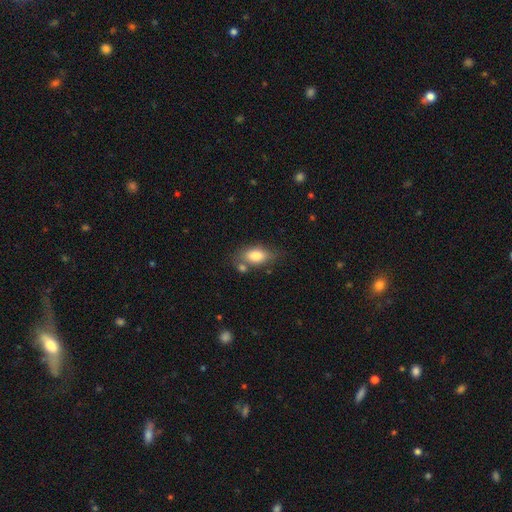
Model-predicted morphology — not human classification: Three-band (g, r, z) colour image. It shows a smooth galaxy with no disk features (79%) that is in between round and cigar-shaped (87%). Merging: none (61%).